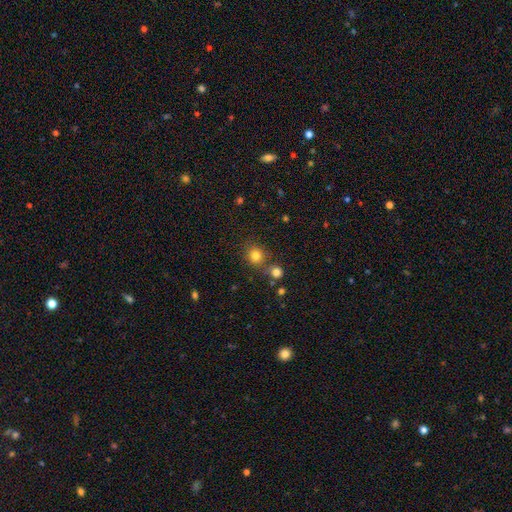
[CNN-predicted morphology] This is clearly a smooth galaxy (80%). How rounded: likely round (80%). Merging: likely none (70%).